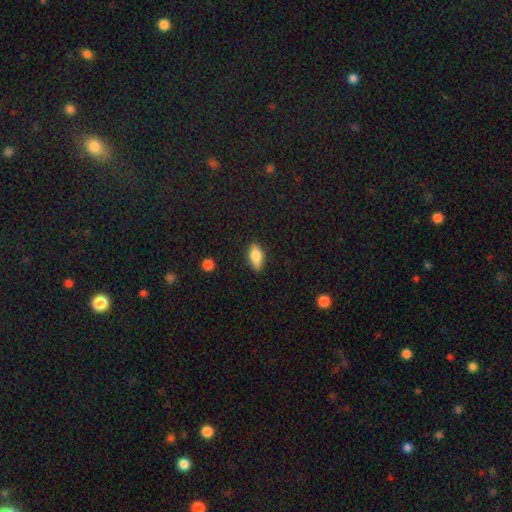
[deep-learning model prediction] smooth-or-featured: smooth: 77% | featured or disk: 16% | star or artifact: 7%
  how-rounded: in between: 84% | cigar-shaped: 12% | round: 4%
  merging: none: 84% | minor disturbance: 12% | major disturbance: 2% | merger: 1%